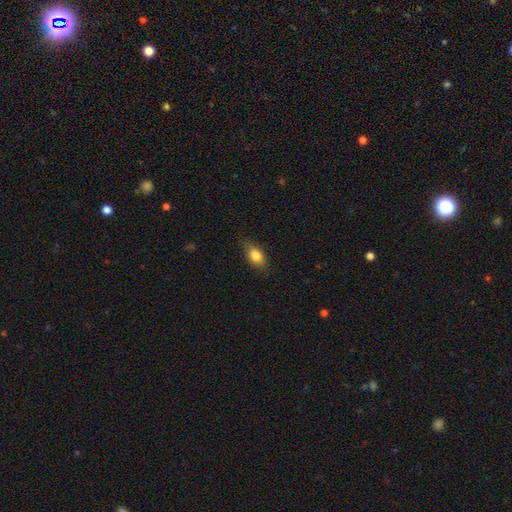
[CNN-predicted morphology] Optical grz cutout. It shows a smooth galaxy with no disk features (80%) that is in between round and cigar-shaped (82%). Merging: none (79%).